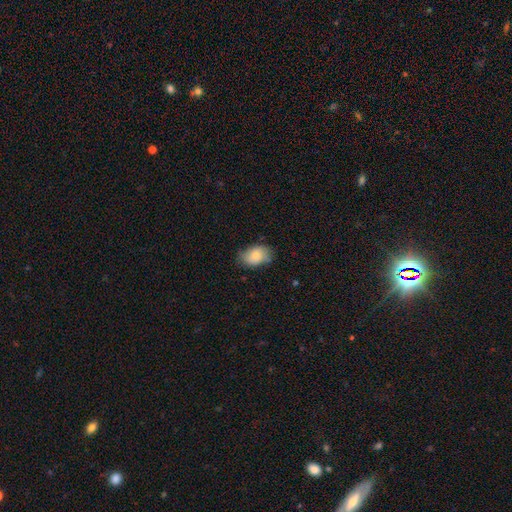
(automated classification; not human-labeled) Morphology: type=smooth (77%); roundness=in between (84%); merging=none (69%).